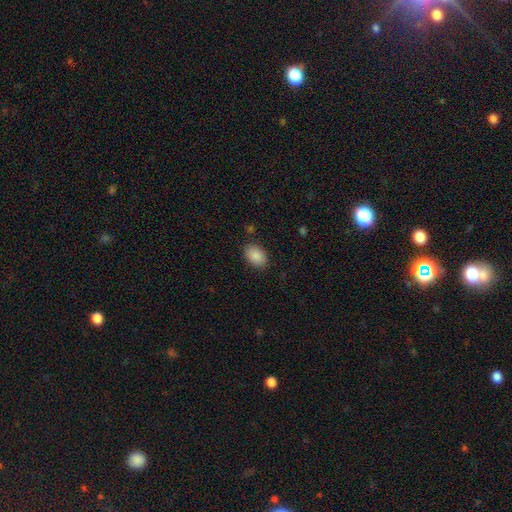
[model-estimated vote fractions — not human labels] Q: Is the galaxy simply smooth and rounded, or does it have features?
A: smooth — 88%.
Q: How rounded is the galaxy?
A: in between — 85%.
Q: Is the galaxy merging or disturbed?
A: none — 86%.